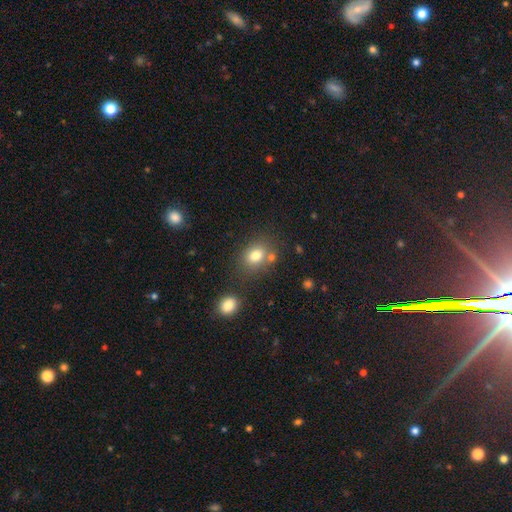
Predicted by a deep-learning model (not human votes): Morphology: type=smooth (77%); roundness=in between (50%); merging=none (66%).